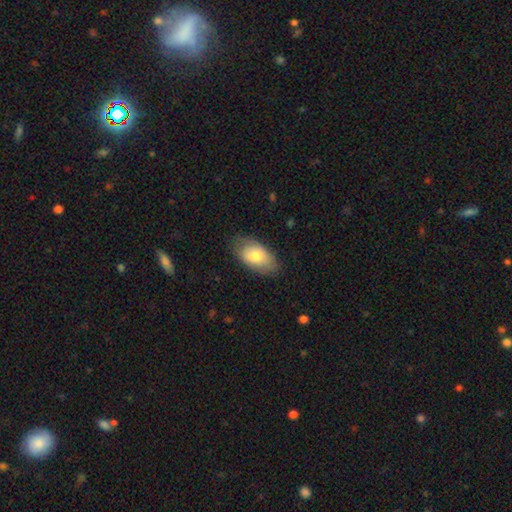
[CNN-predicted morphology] Smooth or featured? smooth (73%)
How rounded? in between (93%)
Merging? none (73%)